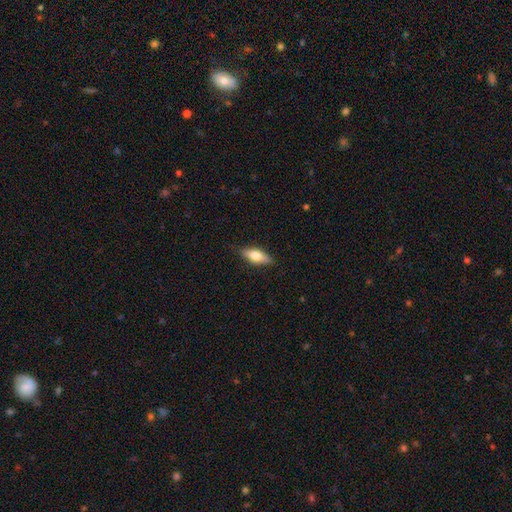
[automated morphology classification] A smooth galaxy with no disk features (63%) that is in between round and cigar-shaped (70%). Merging: none (83%).